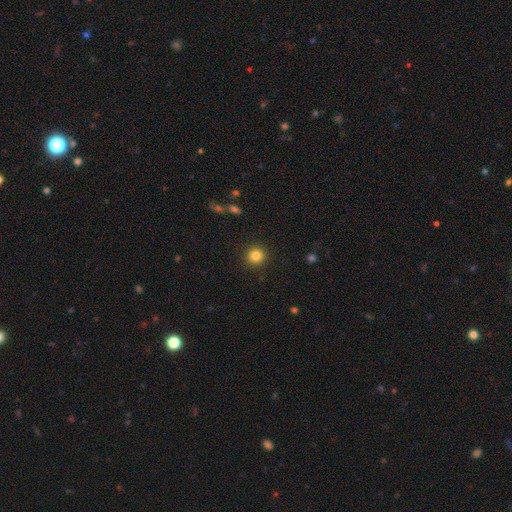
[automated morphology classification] This is clearly a smooth galaxy (83%). How rounded: clearly round (94%). Merging: clearly none (92%).